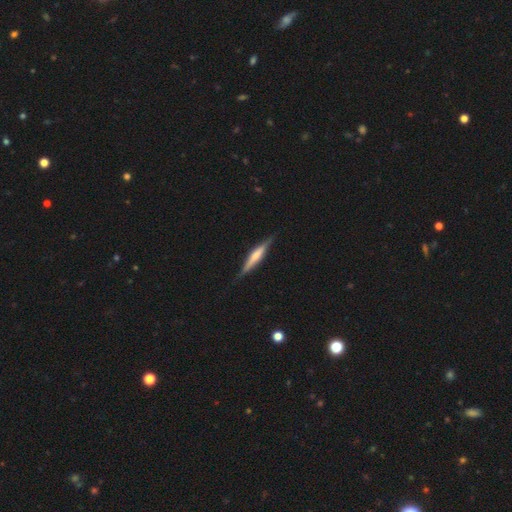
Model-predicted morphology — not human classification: Overall: featured or disk (61%; smooth 34%). Edge-on disk: yes (97%). Edge-on bulge: rounded (55%; boxy 23%). Merging: none (86%).